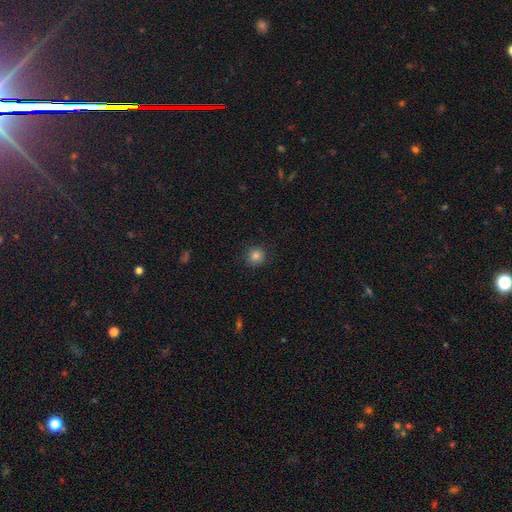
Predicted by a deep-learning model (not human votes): This is clearly a smooth galaxy (84%). How rounded: clearly round (92%). Merging: clearly none (90%).